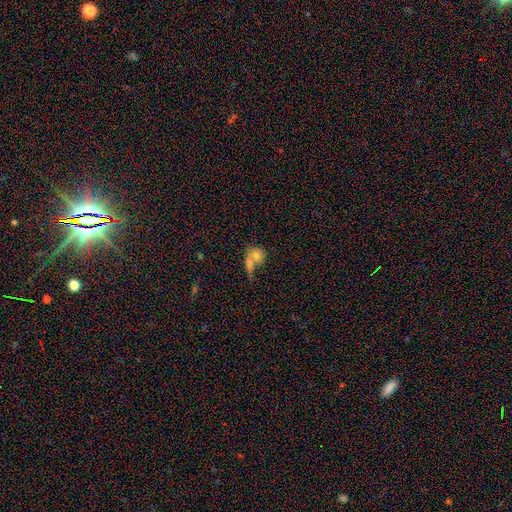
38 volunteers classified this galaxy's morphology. A smooth galaxy with no disk features (82%) that is round (68%).

Vote fractions:
- Smooth or featured? smooth: 82% / featured or disk: 11% / star or artifact: 8%
- How rounded? round: 68% / in between: 32% / cigar-shaped: 0%
- Merging? merger: 60% / none: 31% / major disturbance: 9% / minor disturbance: 0%